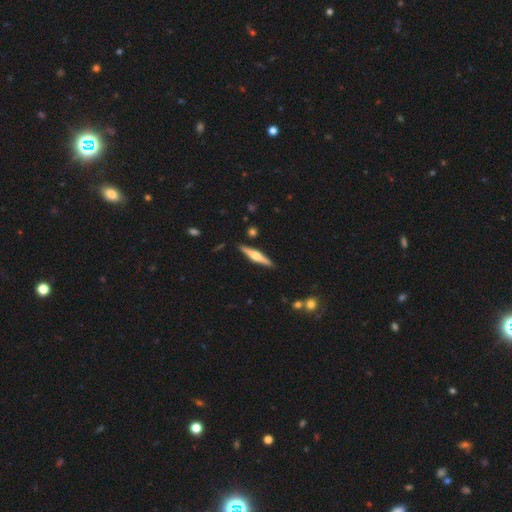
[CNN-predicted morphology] The model was most divided on "smooth or featured": featured or disk: 68%, smooth: 27%, star or artifact: 6%. More confident: edge-on disk — yes (98%); merging — none (90%); edge-on bulge — rounded (85%).